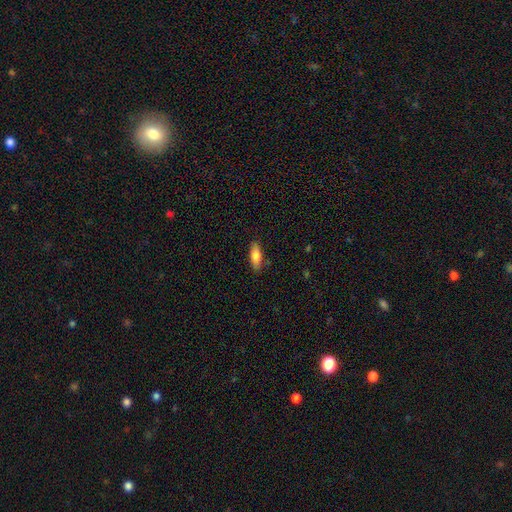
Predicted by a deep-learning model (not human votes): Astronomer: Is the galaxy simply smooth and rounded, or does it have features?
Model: smooth — 80%.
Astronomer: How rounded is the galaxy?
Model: in between — 71%.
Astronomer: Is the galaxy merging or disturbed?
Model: none — 84%.